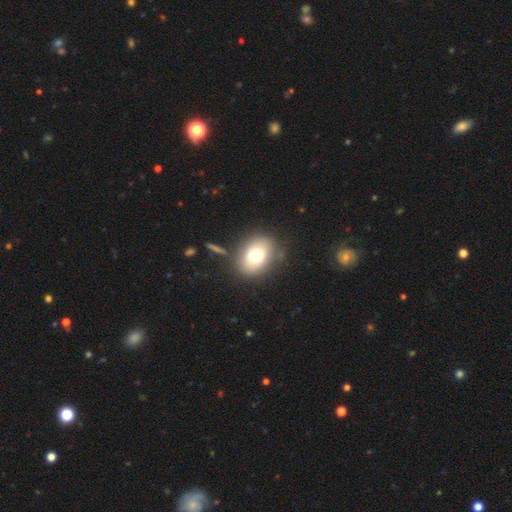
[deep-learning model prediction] This is likely a smooth galaxy (75%). How rounded: possibly in between (56%). Merging: likely none (80%).